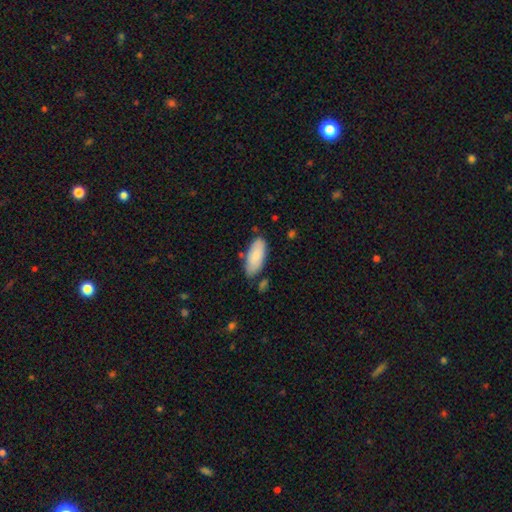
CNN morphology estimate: Q: Smooth or featured?
A: smooth (83%); runner-up: featured or disk (11%)
Q: How rounded?
A: in between (88%); runner-up: cigar-shaped (11%)
Q: Merging?
A: none (73%); runner-up: minor disturbance (19%)